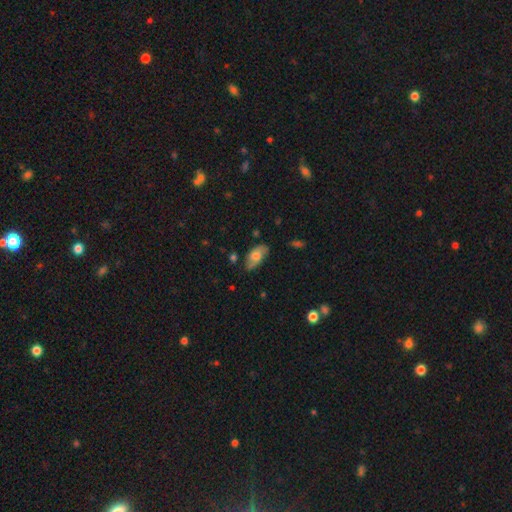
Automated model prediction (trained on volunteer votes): A smooth galaxy with no disk features (63%) that is in between round and cigar-shaped (92%). Merging: none (67%).